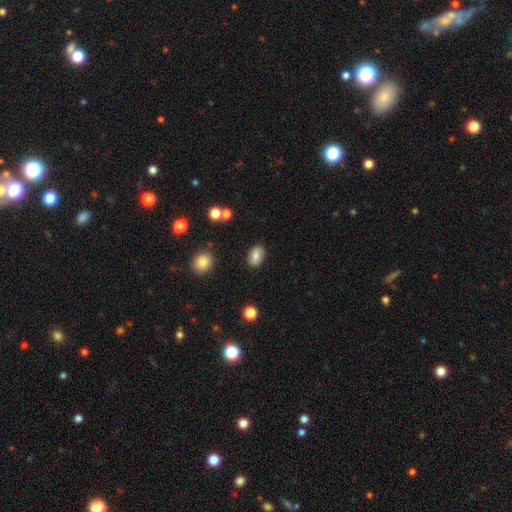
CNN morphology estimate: Smooth or featured? Predicted: smooth (p=0.78). How rounded? Predicted: in between (p=0.83). Merging? Predicted: none (p=0.86).